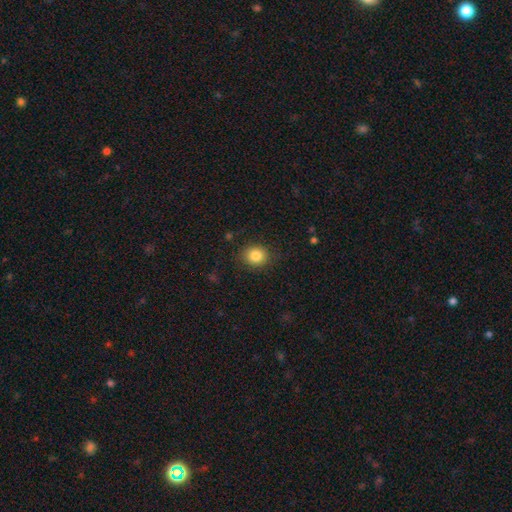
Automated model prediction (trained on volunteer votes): smooth_or_featured: smooth (p=0.84) [alt: star or artifact p=0.10]
how_rounded: round (p=0.73) [alt: in between p=0.26]
merging: none (p=0.85) [alt: minor disturbance p=0.11]